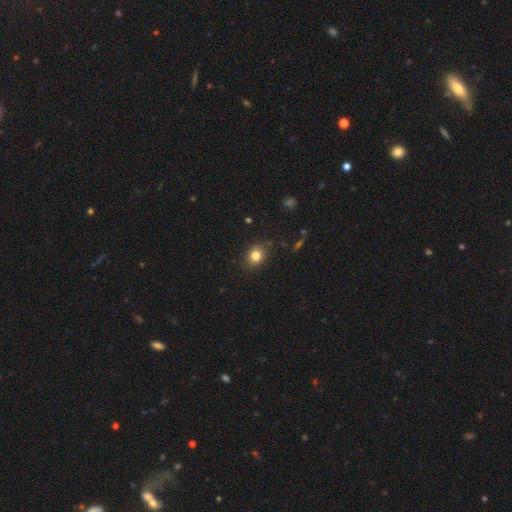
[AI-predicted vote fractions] This is clearly a smooth galaxy (81%). How rounded: likely round (63%). Merging: clearly none (84%).